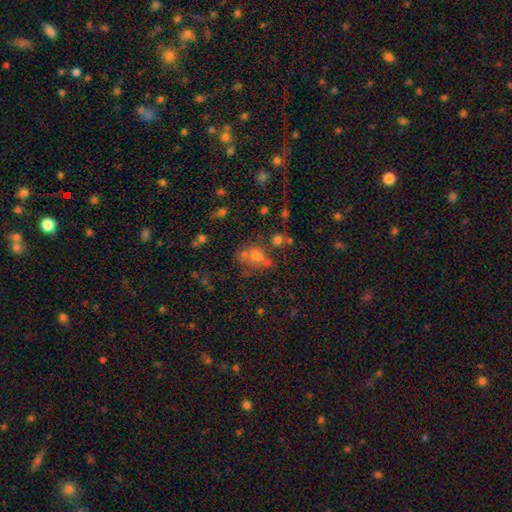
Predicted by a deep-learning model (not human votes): Morphology: type=smooth (44%); merging=none (48%).